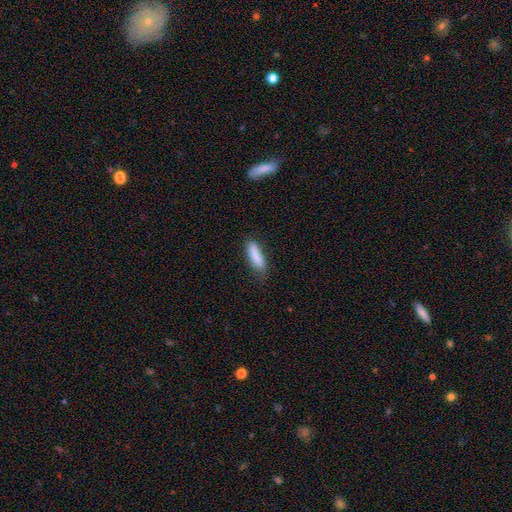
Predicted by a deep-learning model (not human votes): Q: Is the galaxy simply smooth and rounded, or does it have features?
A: smooth — 85%.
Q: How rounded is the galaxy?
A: cigar-shaped — 61%.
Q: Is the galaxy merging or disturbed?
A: none — 67%.